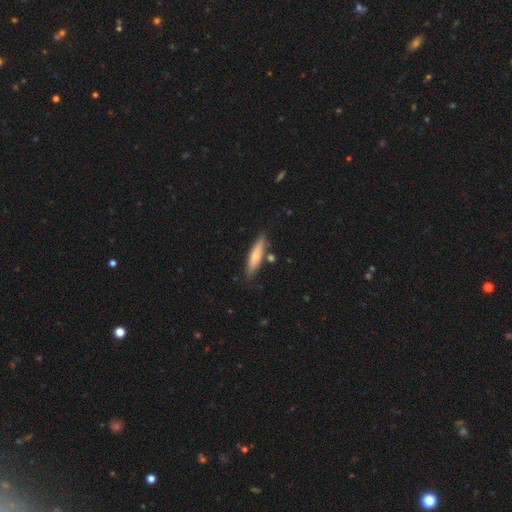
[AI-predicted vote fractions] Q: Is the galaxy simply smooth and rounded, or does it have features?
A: smooth — 67%.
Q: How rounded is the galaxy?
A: cigar-shaped — 80%.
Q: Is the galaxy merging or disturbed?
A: none — 79%.